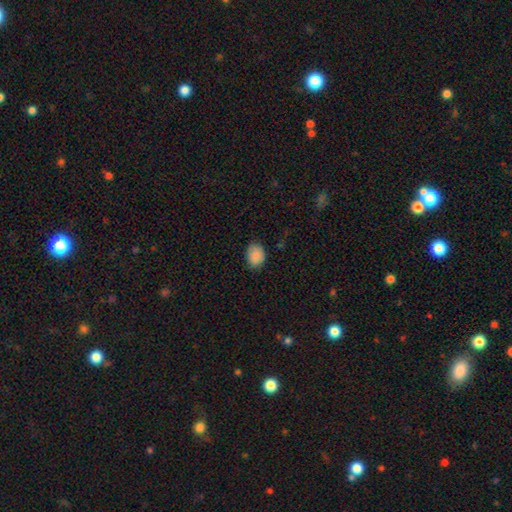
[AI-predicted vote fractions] Smooth or featured? smooth (88%)
How rounded? in between (62%)
Merging? none (78%)